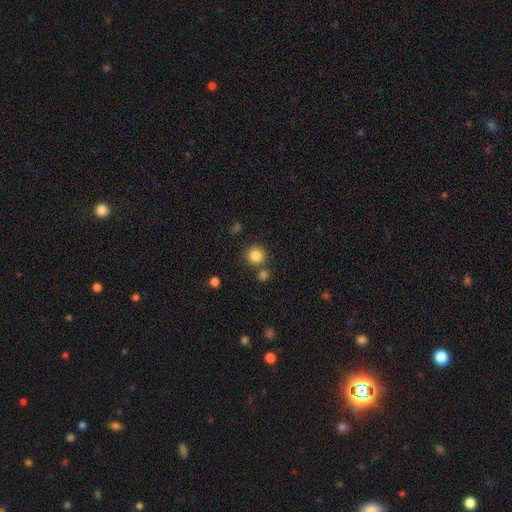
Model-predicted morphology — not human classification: The model was most divided on "merging": none: 77%, merger: 11%, minor disturbance: 9%, major disturbance: 3%. More confident: how rounded — round (89%); smooth or featured — smooth (84%).